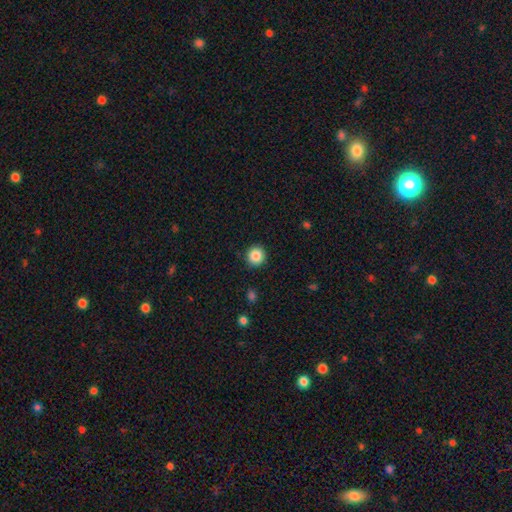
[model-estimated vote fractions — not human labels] Smooth or featured?
  - smooth: 86% *
  - star or artifact: 10%
  - featured or disk: 4%
How rounded?
  - round: 93% *
  - in between: 6%
  - cigar-shaped: 1%
Merging?
  - none: 91% *
  - minor disturbance: 6%
  - major disturbance: 2%
  - merger: 1%